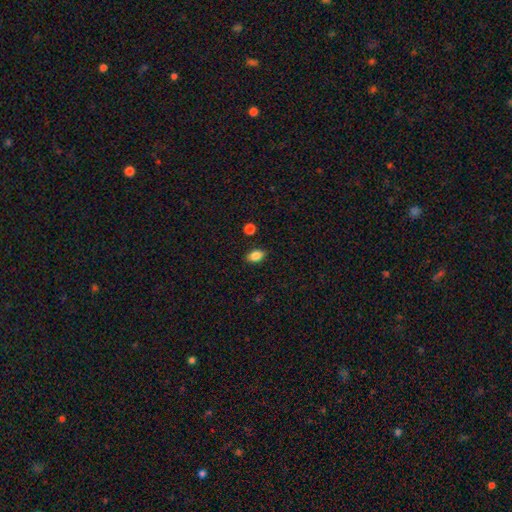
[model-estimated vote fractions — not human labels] smooth_or_featured: smooth (p=0.86) [alt: star or artifact p=0.09]
how_rounded: in between (p=0.86) [alt: round p=0.12]
merging: none (p=0.86) [alt: minor disturbance p=0.09]